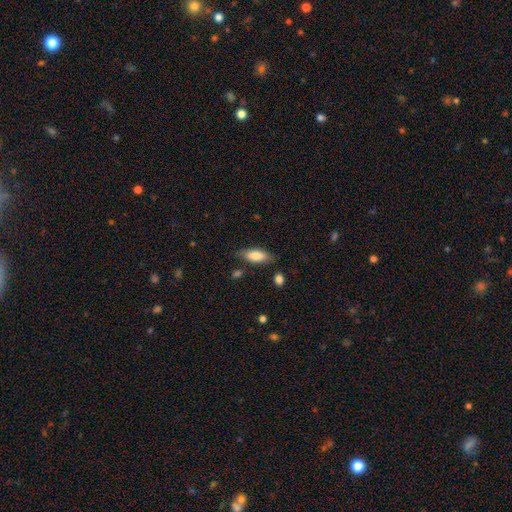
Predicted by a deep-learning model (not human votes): The model was most divided on "how rounded": in between: 78%, cigar-shaped: 20%, round: 2%. More confident: smooth or featured — smooth (81%); merging — none (76%).